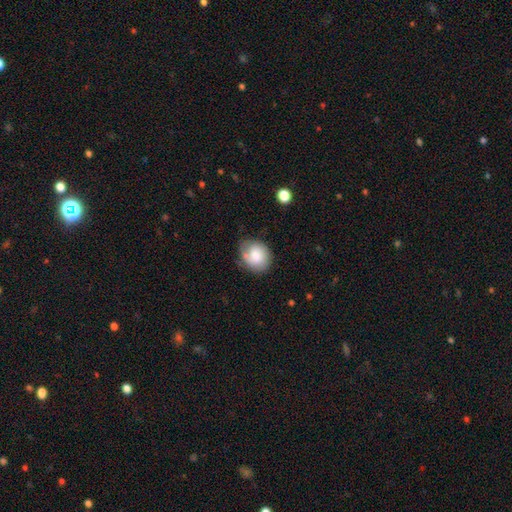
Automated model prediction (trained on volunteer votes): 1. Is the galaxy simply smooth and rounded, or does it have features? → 73% smooth, 20% featured or disk, 8% star or artifact.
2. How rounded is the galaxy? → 61% round, 38% in between, 1% cigar-shaped.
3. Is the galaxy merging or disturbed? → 63% none, 27% minor disturbance, 8% major disturbance, 3% merger.